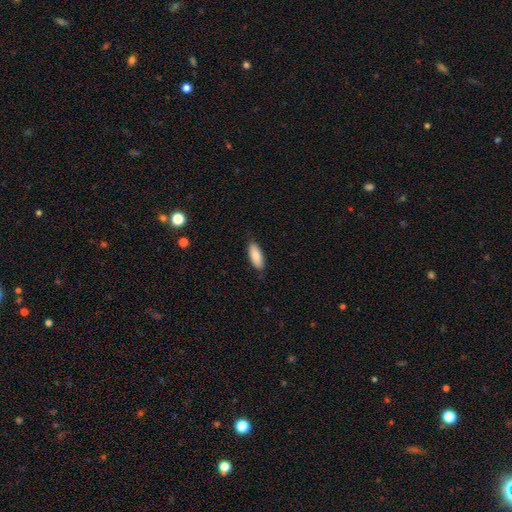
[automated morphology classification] Q: Smooth or featured?
A: smooth (88%); runner-up: featured or disk (6%)
Q: How rounded?
A: in between (77%); runner-up: cigar-shaped (22%)
Q: Merging?
A: none (85%); runner-up: minor disturbance (12%)